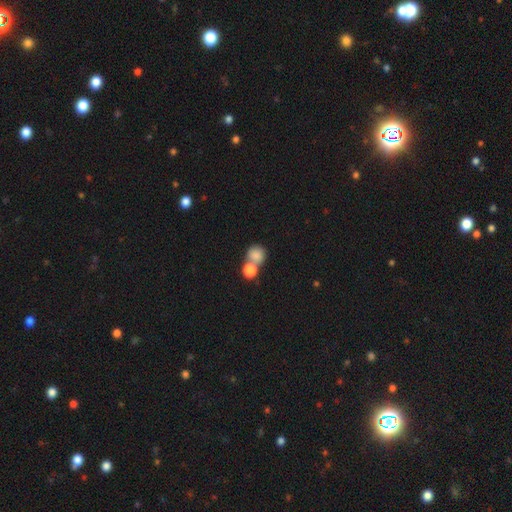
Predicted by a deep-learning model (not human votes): Smooth or featured: smooth — 82% (star or artifact — 10%)
How rounded: round — 79% (in between — 20%)
Merging: merger — 49% (none — 37%)